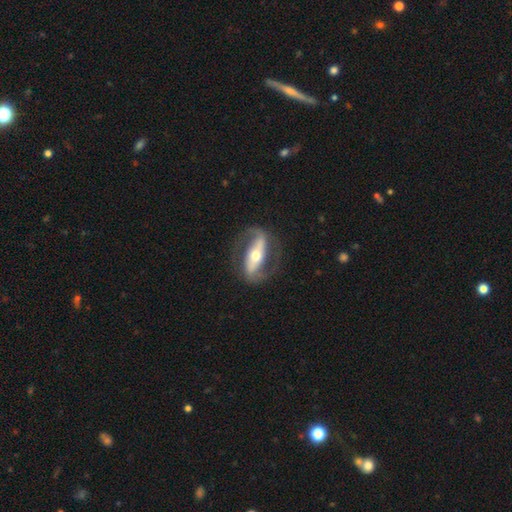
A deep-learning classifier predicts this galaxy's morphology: smooth_or_featured: featured or disk (p=0.83) [alt: smooth p=0.12]
disk_edge_on: no (p=0.88) [alt: yes p=0.12]
bar: strong (p=0.66) [alt: no p=0.17]
has_spiral_arms: yes (p=0.87) [alt: no p=0.13]
spiral_winding: medium (p=0.46) [alt: loose p=0.32]
spiral_arm_count: 2 (p=0.90) [alt: can't tell p=0.04]
bulge_size: moderate (p=0.62) [alt: small p=0.29]
merging: none (p=0.78) [alt: minor disturbance p=0.12]